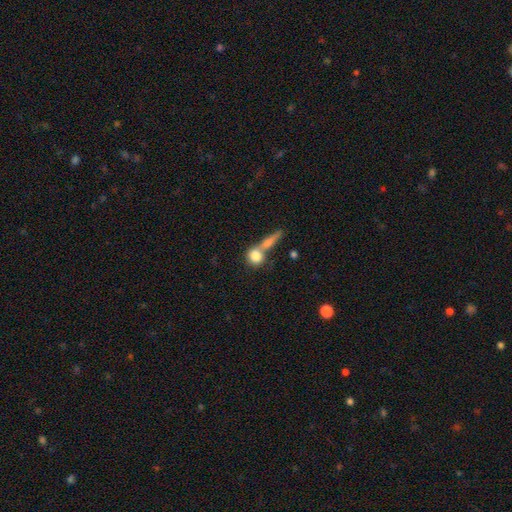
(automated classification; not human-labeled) Overall: smooth (78%). How rounded: round (70%). Merging: merger (45%; none 40%).